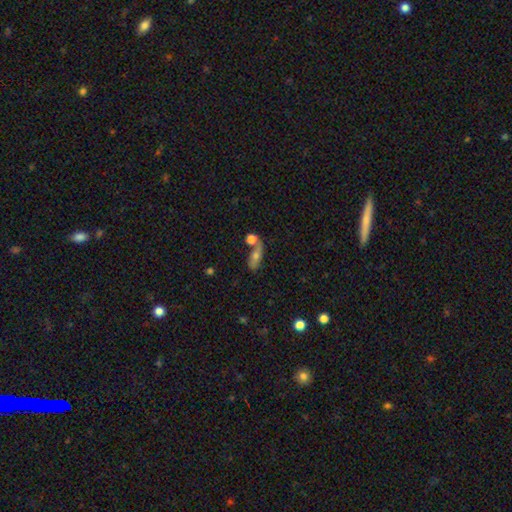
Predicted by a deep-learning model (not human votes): Smooth or featured: smooth — 51% (featured or disk — 37%)
How rounded: in between — 68% (cigar-shaped — 24%)
Merging: none — 45% (merger — 27%)